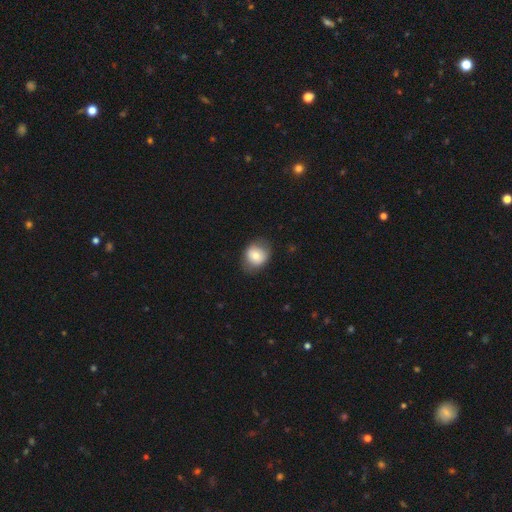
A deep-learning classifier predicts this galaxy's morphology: The model was most divided on "how rounded": round: 66%, in between: 33%, cigar-shaped: 1%. More confident: merging — none (76%); smooth or featured — smooth (74%).